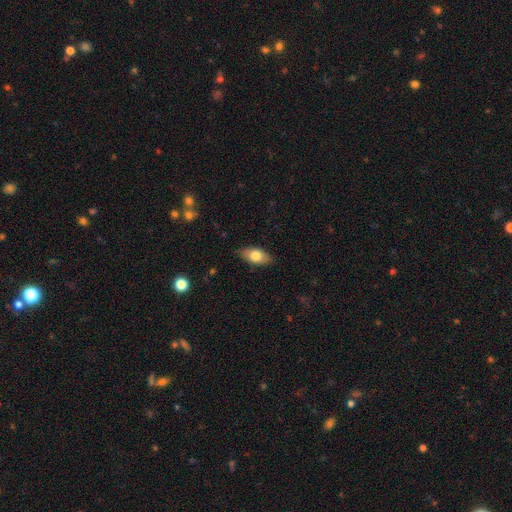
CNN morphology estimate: smooth_or_featured: smooth (p=0.74) [alt: featured or disk p=0.19]
how_rounded: in between (p=0.88) [alt: cigar-shaped p=0.08]
merging: none (p=0.85) [alt: minor disturbance p=0.11]